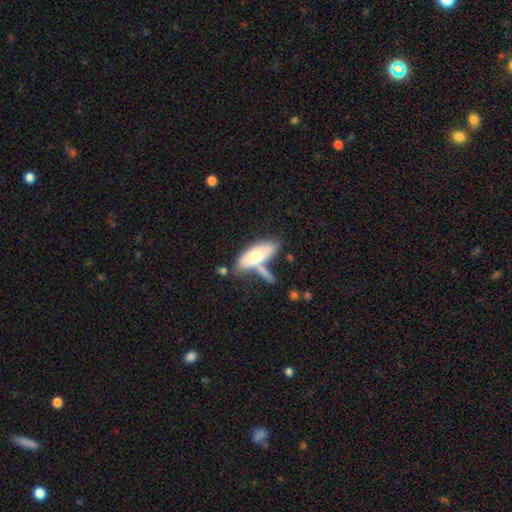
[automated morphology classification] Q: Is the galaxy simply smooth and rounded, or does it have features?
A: smooth — 62%.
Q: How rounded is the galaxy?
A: in between — 76%.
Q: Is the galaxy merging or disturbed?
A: none — 45%.